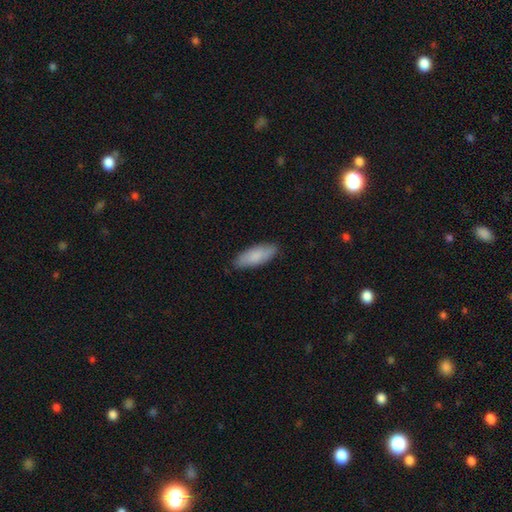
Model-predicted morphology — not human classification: type=smooth (84%); roundness=in between (72%); merging=none (85%).